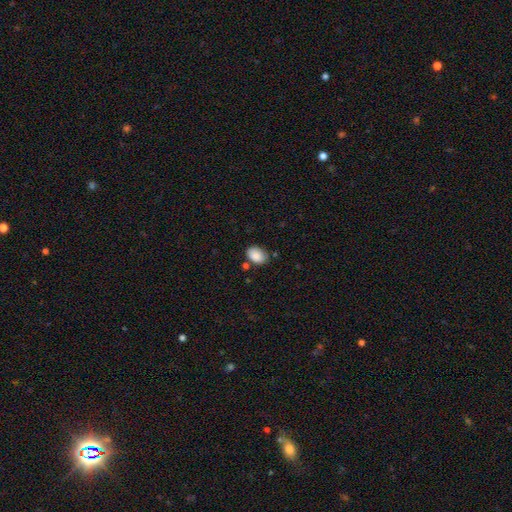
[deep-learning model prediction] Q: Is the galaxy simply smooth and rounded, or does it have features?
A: smooth — 88%.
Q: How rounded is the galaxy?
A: in between — 81%.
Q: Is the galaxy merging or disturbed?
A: none — 75%.